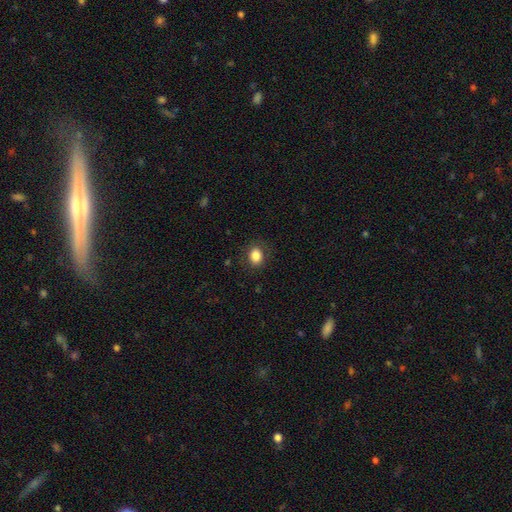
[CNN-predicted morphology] The model was most divided on "how rounded": in between: 52%, round: 47%, cigar-shaped: 1%. More confident: smooth or featured — smooth (85%); merging — none (84%).